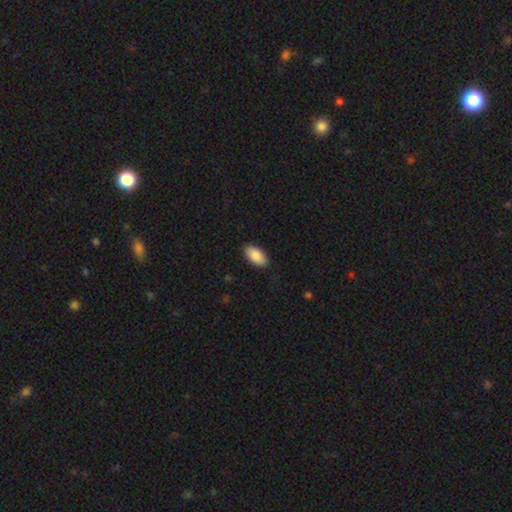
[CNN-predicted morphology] smooth_or_featured: smooth (p=0.89) [alt: star or artifact p=0.06]
how_rounded: in between (p=0.95) [alt: cigar-shaped p=0.03]
merging: none (p=0.88) [alt: minor disturbance p=0.09]